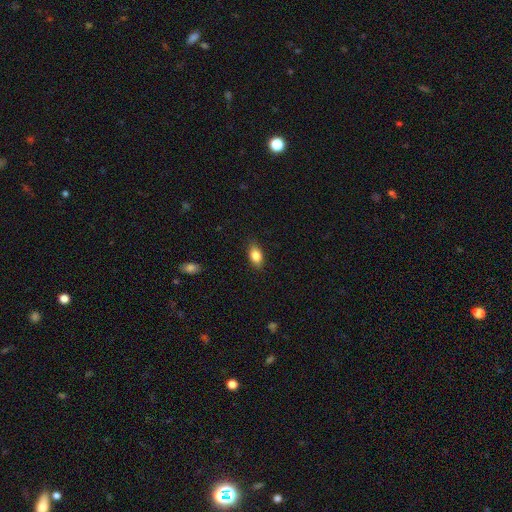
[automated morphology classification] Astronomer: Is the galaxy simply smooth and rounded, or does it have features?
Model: smooth — 82%.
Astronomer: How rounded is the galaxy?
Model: in between — 85%.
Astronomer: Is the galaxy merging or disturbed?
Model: none — 85%.